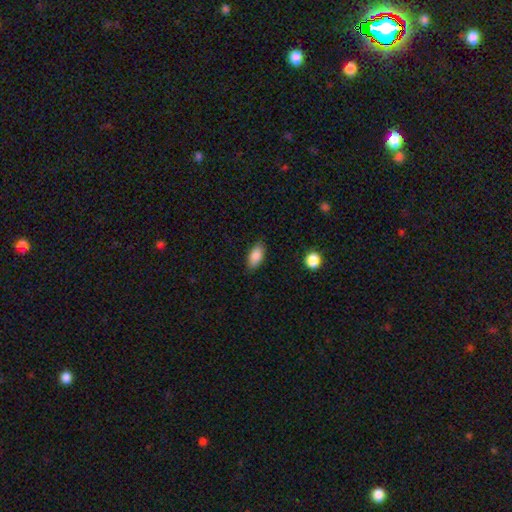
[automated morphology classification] Q: Smooth or featured?
A: smooth (87%); runner-up: star or artifact (7%)
Q: How rounded?
A: in between (90%); runner-up: cigar-shaped (6%)
Q: Merging?
A: none (84%); runner-up: minor disturbance (12%)